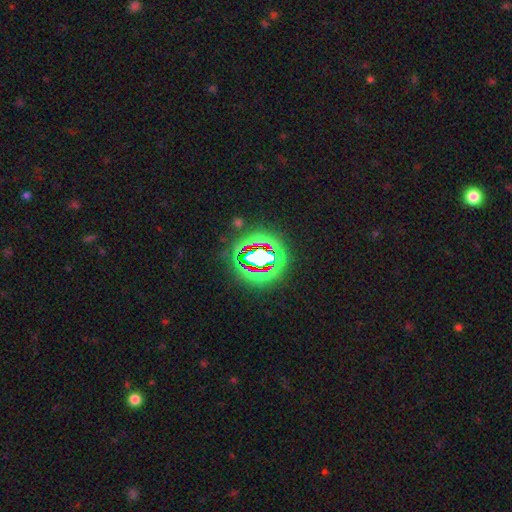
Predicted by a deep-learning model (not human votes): A star or artifact, not a galaxy (74%).